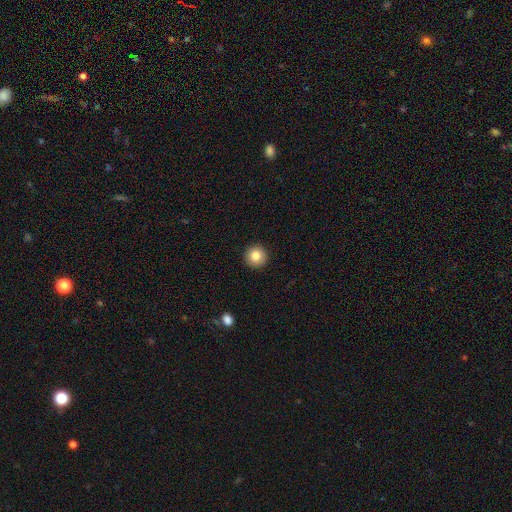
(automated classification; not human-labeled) This appears to be a smooth galaxy with no disk features (83%) that is round (96%). Merging: none (93%).